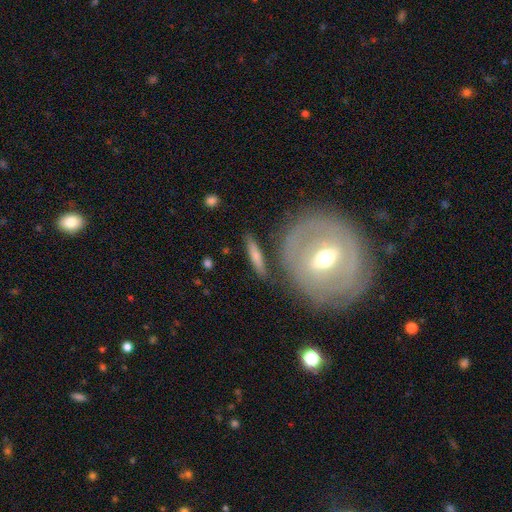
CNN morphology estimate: Q: Smooth or featured?
A: smooth (66%); runner-up: featured or disk (28%)
Q: How rounded?
A: cigar-shaped (81%); runner-up: in between (15%)
Q: Merging?
A: none (78%); runner-up: minor disturbance (11%)